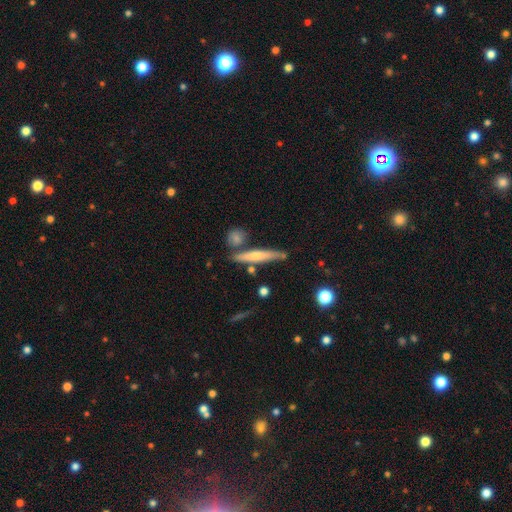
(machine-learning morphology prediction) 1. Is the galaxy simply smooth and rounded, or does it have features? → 57% featured or disk, 35% smooth, 8% star or artifact.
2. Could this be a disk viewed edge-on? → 95% yes, 5% no.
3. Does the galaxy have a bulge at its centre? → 62% rounded, 29% none, 9% boxy.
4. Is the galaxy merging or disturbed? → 77% none, 11% minor disturbance, 10% merger, 3% major disturbance.